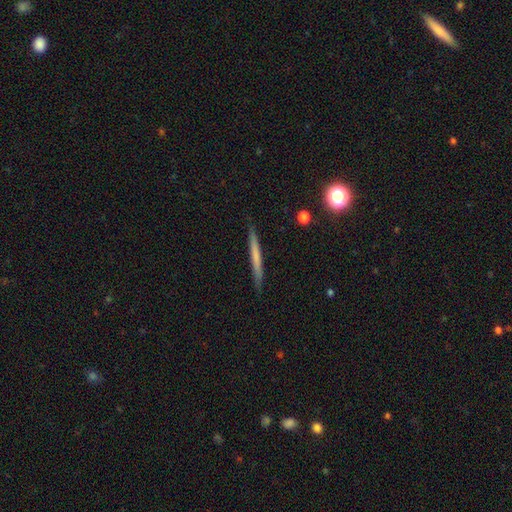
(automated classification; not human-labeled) A smooth galaxy with no disk features (55%) that is cigar-shaped (97%). Merging: none (90%).